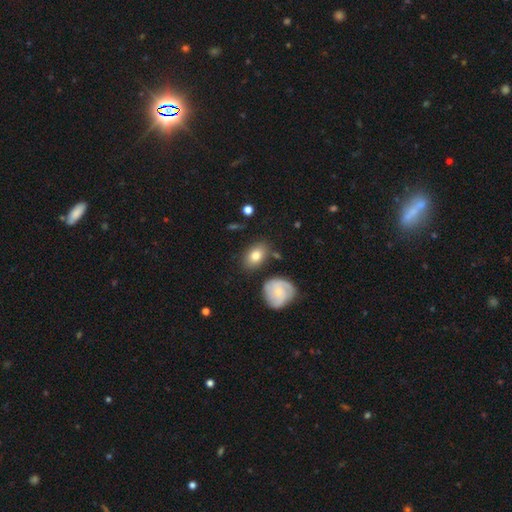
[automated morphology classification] The model was most divided on "smooth or featured": smooth: 76%, featured or disk: 18%, star or artifact: 7%. More confident: how rounded — in between (79%); merging — none (76%).